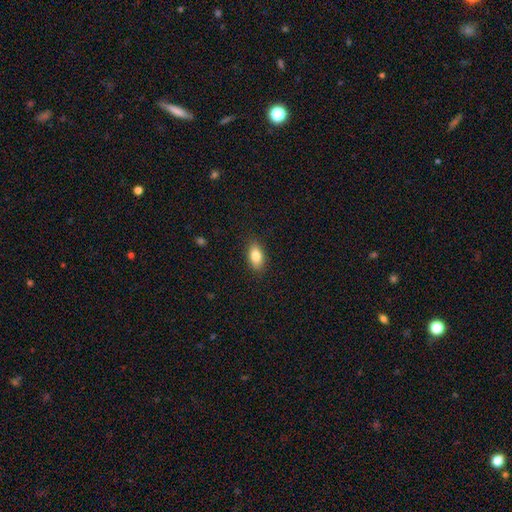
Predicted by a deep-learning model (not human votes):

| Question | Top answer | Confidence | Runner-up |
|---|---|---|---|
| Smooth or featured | smooth | 82% | featured or disk (10%) |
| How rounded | in between | 89% | round (6%) |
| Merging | none | 87% | minor disturbance (10%) |